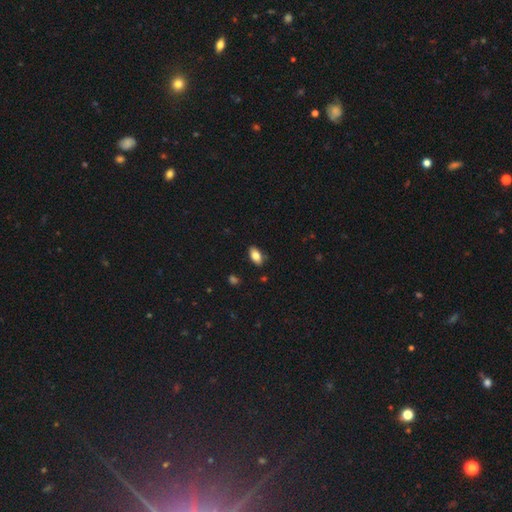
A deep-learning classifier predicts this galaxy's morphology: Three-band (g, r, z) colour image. It shows a smooth galaxy with no disk features (81%) that is in between round and cigar-shaped (91%). Merging: none (85%).